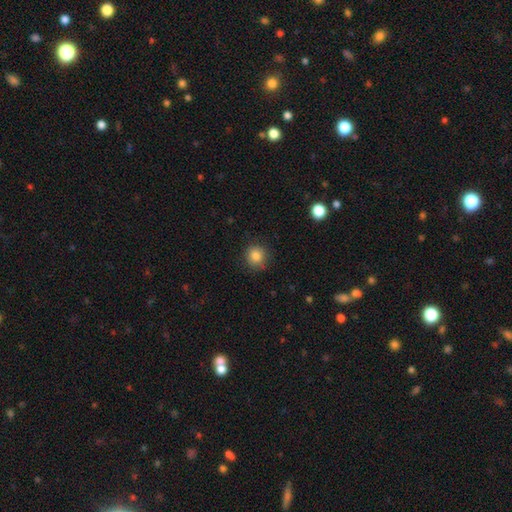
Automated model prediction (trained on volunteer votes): Q: Smooth or featured?
A: smooth (84%); runner-up: star or artifact (11%)
Q: How rounded?
A: round (91%); runner-up: in between (8%)
Q: Merging?
A: none (87%); runner-up: minor disturbance (10%)